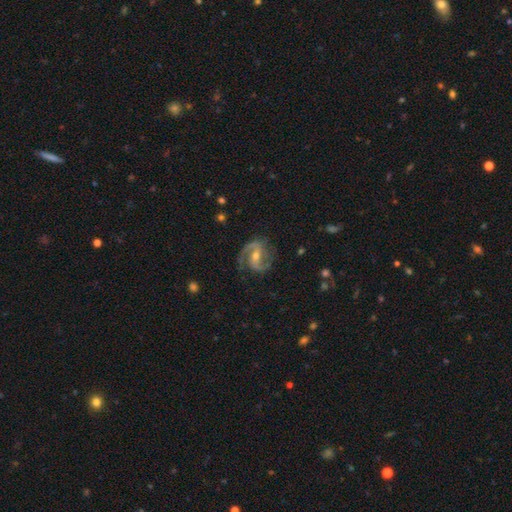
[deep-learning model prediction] Smooth or featured: featured or disk — 91% (smooth — 5%)
Edge-on disk: no — 98% (yes — 2%)
Bar: weak — 41% (strong — 36%)
Spiral arms: yes — 98% (no — 2%)
Spiral winding: medium — 58% (loose — 24%)
Spiral arm count: 2 — 93% (can't tell — 2%)
Bulge size: moderate — 50% (small — 45%)
Merging: none — 79% (minor disturbance — 14%)